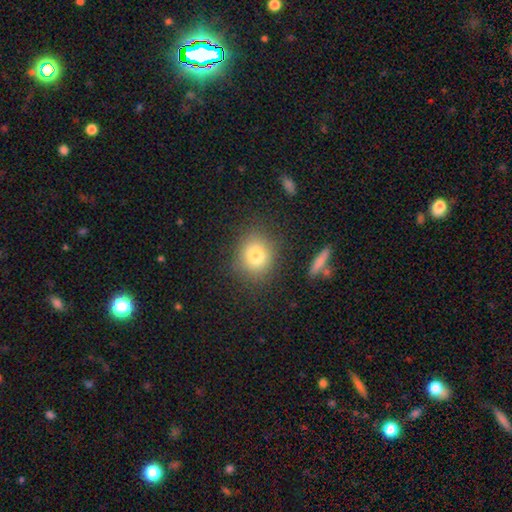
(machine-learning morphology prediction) smooth-or-featured: smooth: 77% | star or artifact: 12% | featured or disk: 11%
  how-rounded: round: 74% | in between: 24% | cigar-shaped: 1%
  merging: none: 82% | minor disturbance: 11% | major disturbance: 4% | merger: 2%